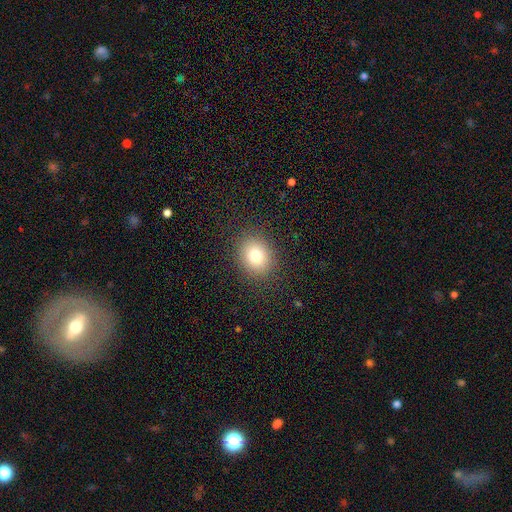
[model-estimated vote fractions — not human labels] A smooth galaxy with no disk features (78%) that is round (64%). Merging: none (89%).